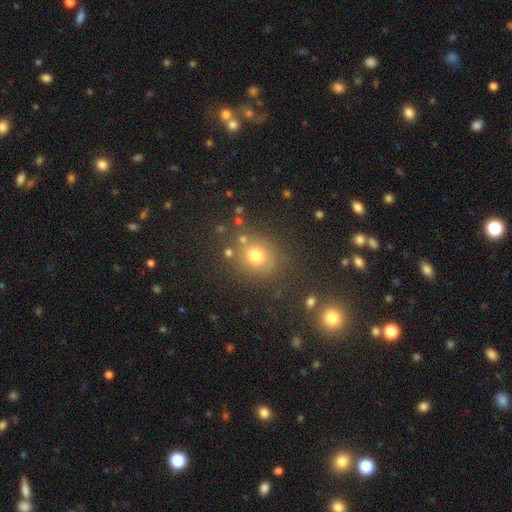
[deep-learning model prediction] A smooth galaxy with no disk features (70%) that is round (85%). Merging: none (78%).